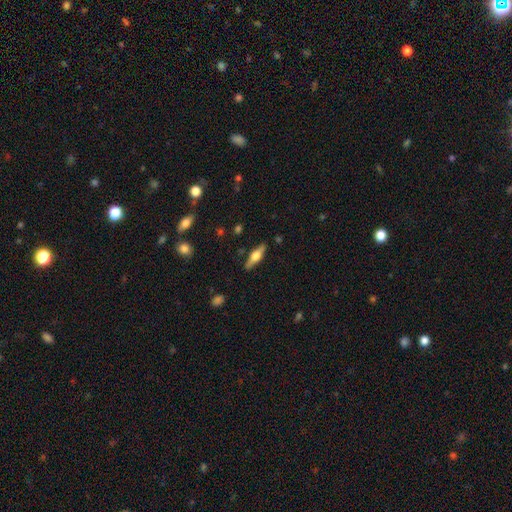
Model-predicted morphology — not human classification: smooth_or_featured: featured or disk (p=0.59) [alt: smooth p=0.35]
disk_edge_on: yes (p=0.94) [alt: no p=0.06]
edge_on_bulge: rounded (p=0.91) [alt: boxy p=0.07]
merging: none (p=0.87) [alt: minor disturbance p=0.09]